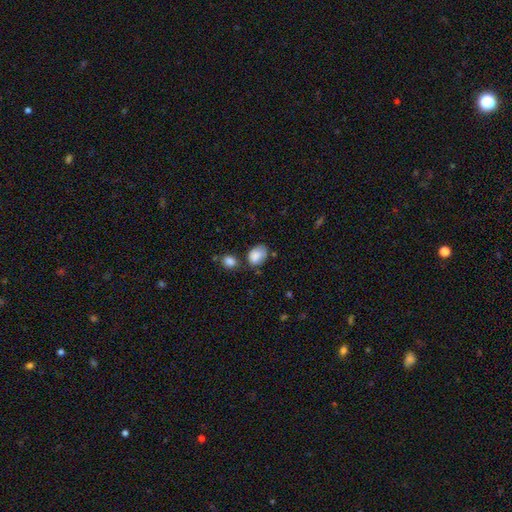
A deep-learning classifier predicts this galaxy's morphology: Overall: smooth (86%). How rounded: in between (76%). Merging: none (54%; minor disturbance 27%).